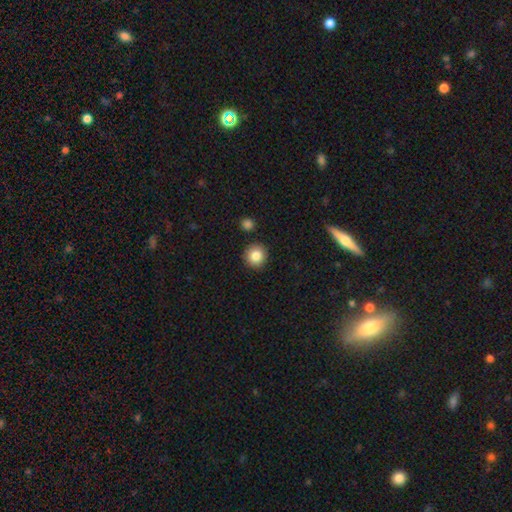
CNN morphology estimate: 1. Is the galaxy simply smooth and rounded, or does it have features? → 85% smooth, 9% star or artifact, 6% featured or disk.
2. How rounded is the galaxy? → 93% round, 6% in between, 1% cigar-shaped.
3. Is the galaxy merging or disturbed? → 90% none, 6% minor disturbance, 3% merger, 2% major disturbance.